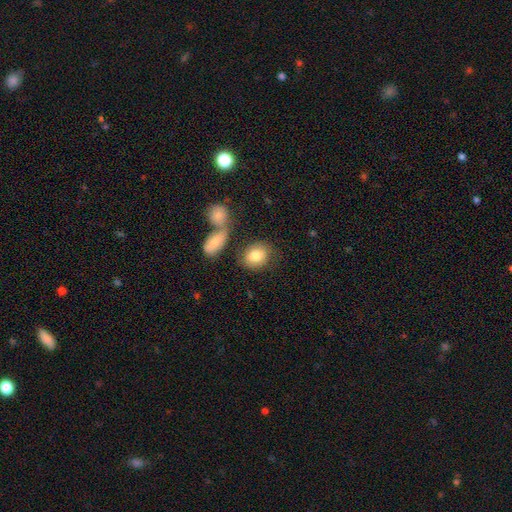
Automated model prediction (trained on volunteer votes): Smooth or featured: smooth — 80% (featured or disk — 12%)
How rounded: round — 50% (in between — 49%)
Merging: none — 67% (merger — 15%)